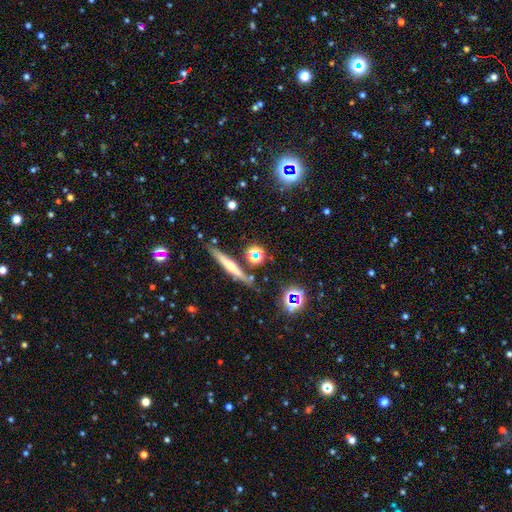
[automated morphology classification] This appears to be a smooth galaxy with no disk features (47%). Merging: none (82%).